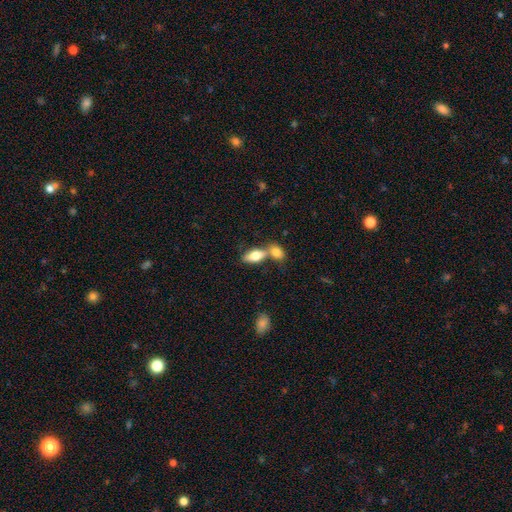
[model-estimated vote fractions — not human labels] A smooth galaxy with no disk features (74%) that is in between round and cigar-shaped (83%).

Vote fractions:
- Smooth or featured? smooth: 74% / featured or disk: 19% / star or artifact: 6%
- How rounded? in between: 83% / cigar-shaped: 13% / round: 4%
- Merging? merger: 50% / none: 37% / minor disturbance: 9% / major disturbance: 4%